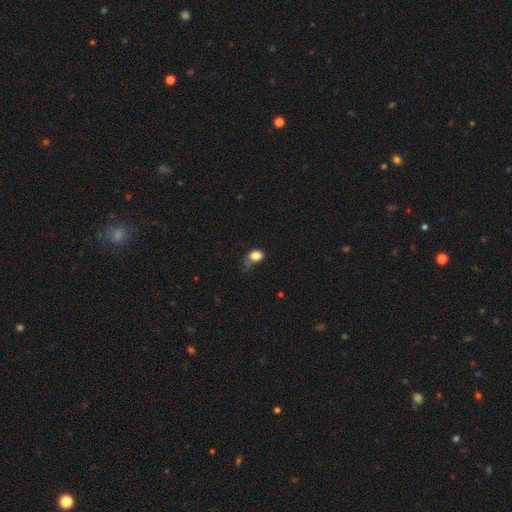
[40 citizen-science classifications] Morphology: type=smooth (82%); roundness=in between (67%); merging=minor disturbance (47%).